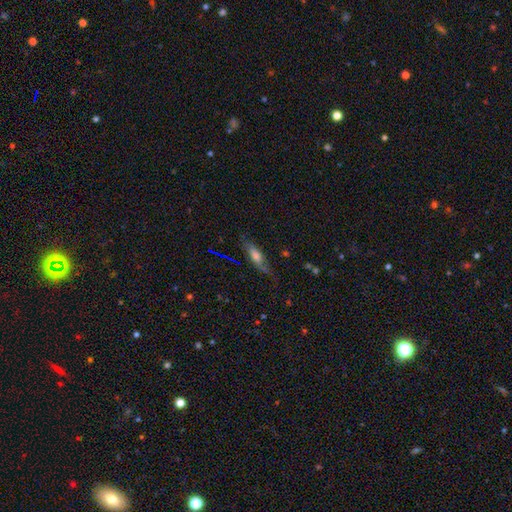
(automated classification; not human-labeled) smooth-or-featured: smooth: 50% | featured or disk: 40% | star or artifact: 11%
  merging: none: 63% | minor disturbance: 25% | major disturbance: 10% | merger: 2%